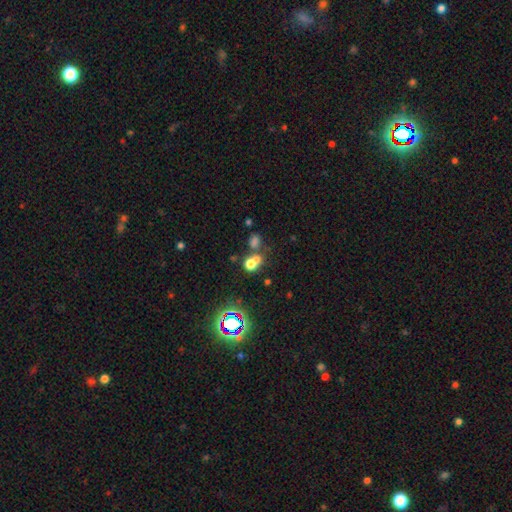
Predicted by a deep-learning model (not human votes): smooth-or-featured: star or artifact: 59% | smooth: 28% | featured or disk: 12%